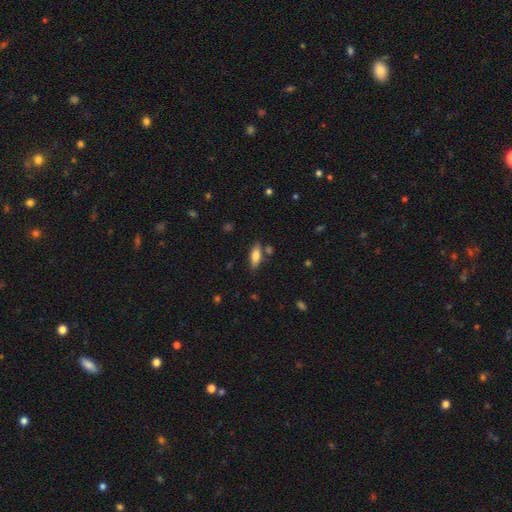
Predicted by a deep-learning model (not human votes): A smooth galaxy with no disk features (78%) that is in between round and cigar-shaped (73%). Merging: none (77%).